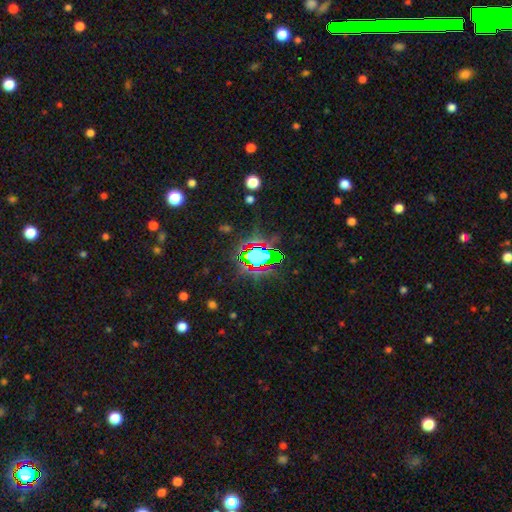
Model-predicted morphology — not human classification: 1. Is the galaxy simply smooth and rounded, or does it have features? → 66% star or artifact, 21% smooth, 14% featured or disk.